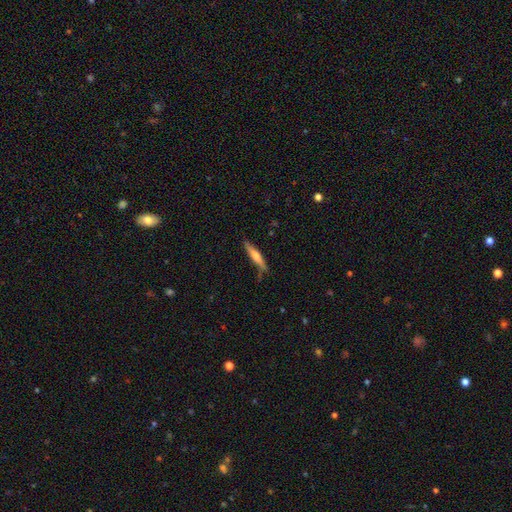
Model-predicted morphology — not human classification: The model was most divided on "smooth or featured": smooth: 49%, featured or disk: 46%, star or artifact: 6%. More confident: merging — none (77%).